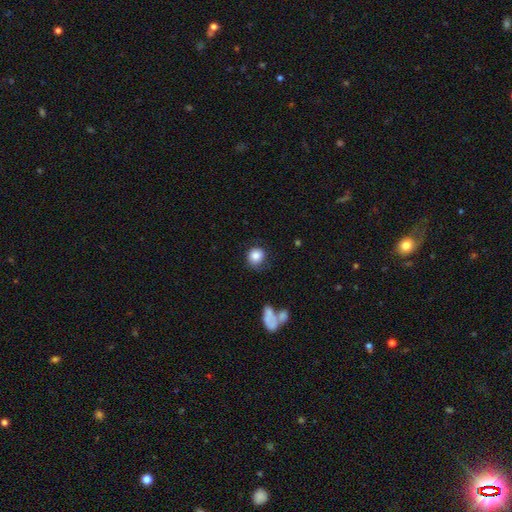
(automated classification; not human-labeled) smooth 83%, featured or disk 9%, star or artifact 8%. Down the decision tree: how rounded — round (83%); merging — none (66%).